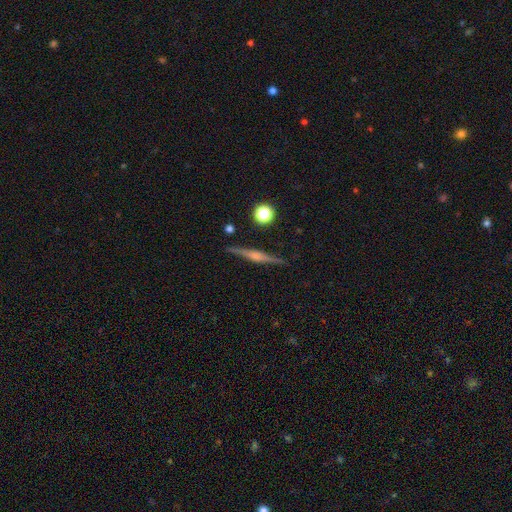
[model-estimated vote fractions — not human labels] smooth-or-featured: featured or disk: 78% | smooth: 15% | star or artifact: 7%
  disk-edge-on: yes: 98% | no: 2%
    edge-on-bulge: rounded: 77% | boxy: 16% | none: 7%
  merging: none: 90% | minor disturbance: 7% | major disturbance: 2% | merger: 1%